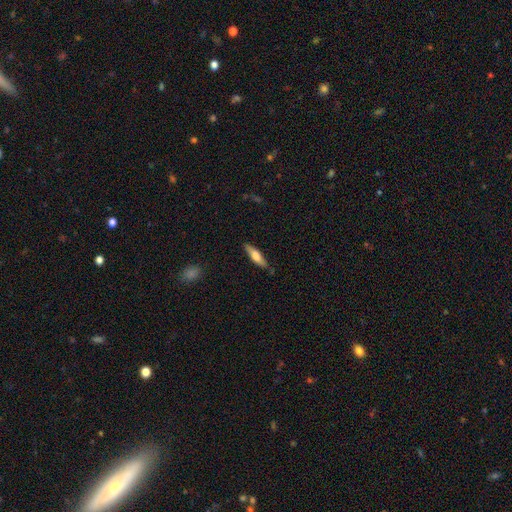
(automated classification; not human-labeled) Smooth or featured?
  - smooth: 57% *
  - featured or disk: 37%
  - star or artifact: 6%
How rounded?
  - cigar-shaped: 69% *
  - in between: 29%
  - round: 2%
Merging?
  - none: 83% *
  - minor disturbance: 13%
  - major disturbance: 2%
  - merger: 2%